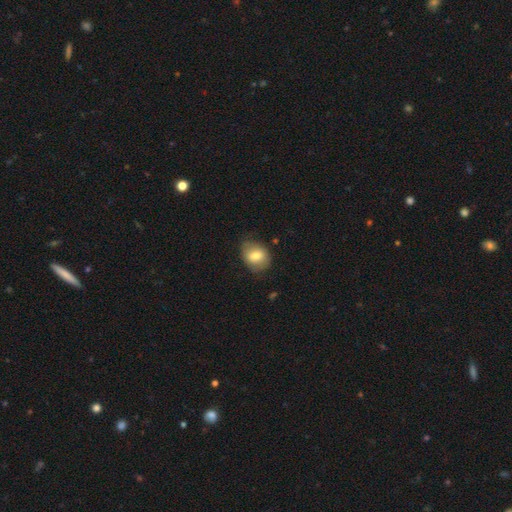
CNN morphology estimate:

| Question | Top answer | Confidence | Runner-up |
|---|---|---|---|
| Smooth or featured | smooth | 73% | featured or disk (20%) |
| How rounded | in between | 56% | round (43%) |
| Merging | none | 69% | minor disturbance (23%) |